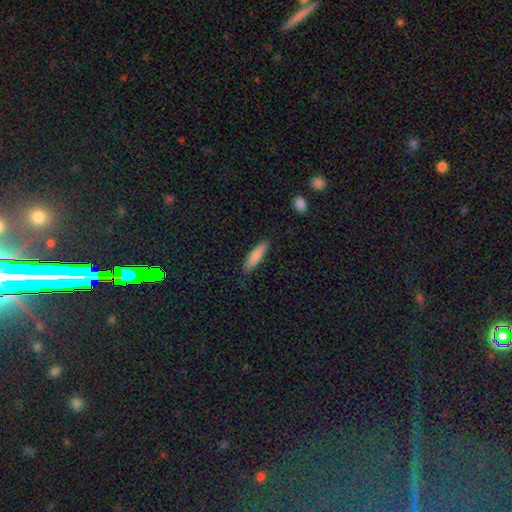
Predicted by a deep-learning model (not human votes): smooth-or-featured: smooth: 82% | featured or disk: 11% | star or artifact: 6%
  how-rounded: cigar-shaped: 77% | in between: 22% | round: 1%
  merging: none: 83% | minor disturbance: 14% | major disturbance: 2% | merger: 1%